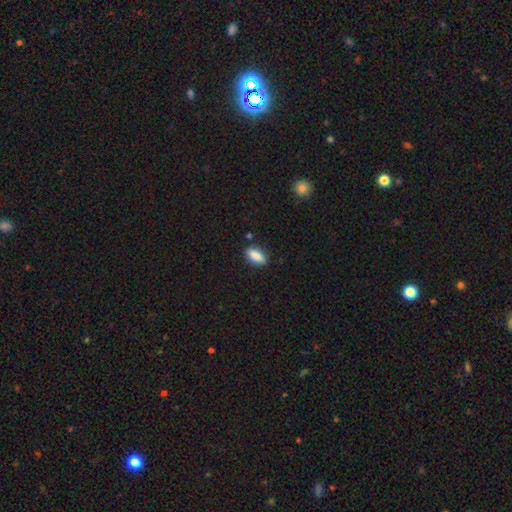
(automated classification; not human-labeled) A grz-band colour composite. It shows a smooth galaxy with no disk features (84%) that is in between round and cigar-shaped (78%). Merging: none (85%).